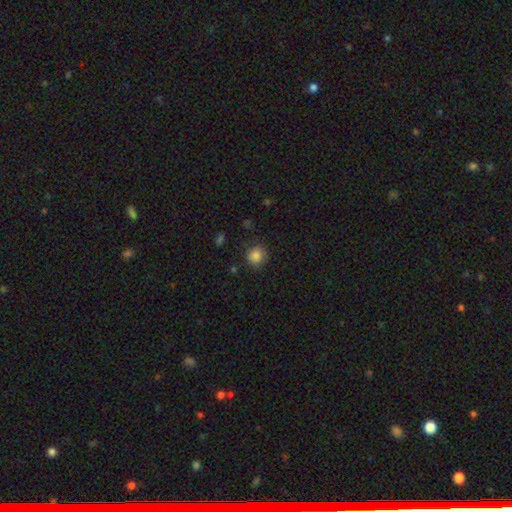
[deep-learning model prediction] smooth_or_featured: smooth (p=0.86) [alt: star or artifact p=0.10]
how_rounded: round (p=0.90) [alt: in between p=0.09]
merging: none (p=0.85) [alt: minor disturbance p=0.10]